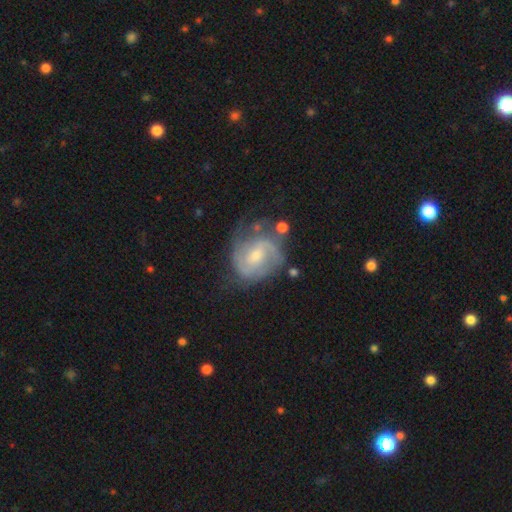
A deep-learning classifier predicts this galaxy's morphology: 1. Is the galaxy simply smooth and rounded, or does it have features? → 81% featured or disk, 13% smooth, 6% star or artifact.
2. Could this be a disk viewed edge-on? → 98% no, 2% yes.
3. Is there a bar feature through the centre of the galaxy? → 53% weak, 37% no, 11% strong.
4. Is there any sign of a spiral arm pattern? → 93% yes, 7% no.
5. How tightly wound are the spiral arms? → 47% medium, 37% tight, 16% loose.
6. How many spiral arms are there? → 61% 2, 18% can't tell, 11% 3, 5% 1, 3% 4, 2% more than 4.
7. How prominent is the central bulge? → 47% small, 45% moderate, 4% none, 3% large, 1% dominant.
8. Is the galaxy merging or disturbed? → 53% none, 25% minor disturbance, 16% major disturbance, 6% merger.